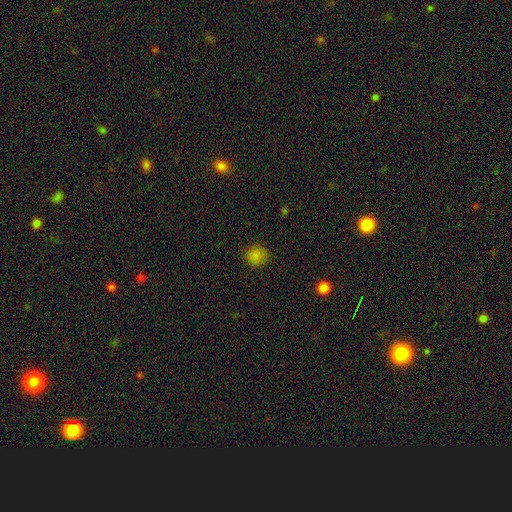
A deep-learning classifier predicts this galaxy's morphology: Q: Smooth or featured?
A: smooth (82%); runner-up: star or artifact (14%)
Q: How rounded?
A: round (87%); runner-up: in between (12%)
Q: Merging?
A: none (87%); runner-up: minor disturbance (9%)